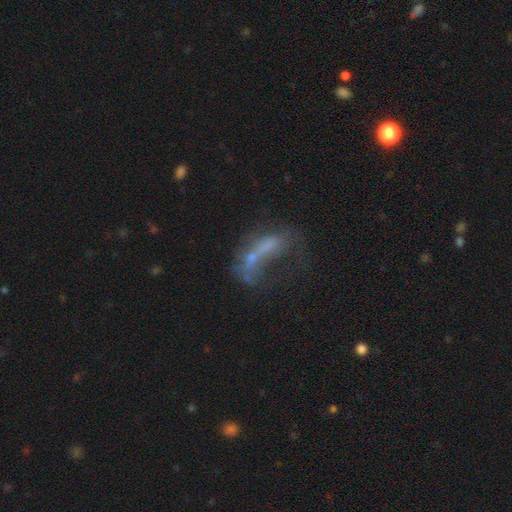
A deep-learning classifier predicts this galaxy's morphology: featured or disk 44%, smooth 38%, star or artifact 19%. Down the decision tree: merging — major disturbance (39%).